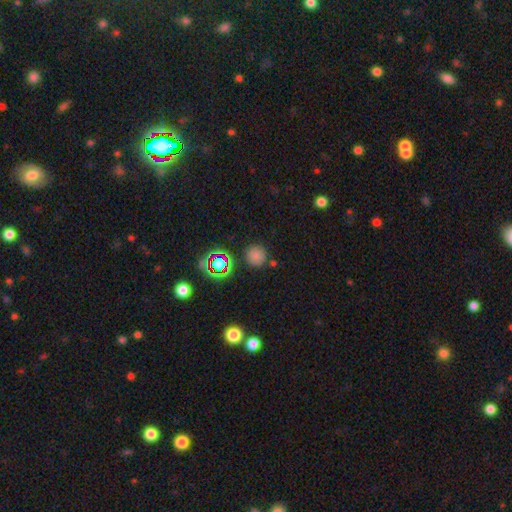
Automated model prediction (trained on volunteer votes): Q: Smooth or featured?
A: smooth (72%); runner-up: star or artifact (22%)
Q: How rounded?
A: round (93%); runner-up: in between (6%)
Q: Merging?
A: none (82%); runner-up: minor disturbance (10%)